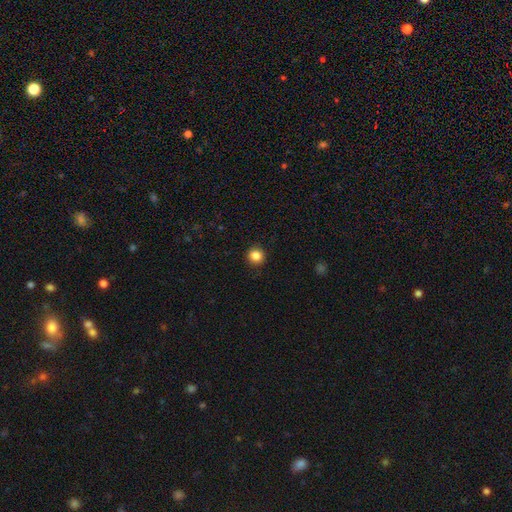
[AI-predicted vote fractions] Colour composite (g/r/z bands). It shows a smooth galaxy with no disk features (86%) that is round (94%). Merging: none (91%).